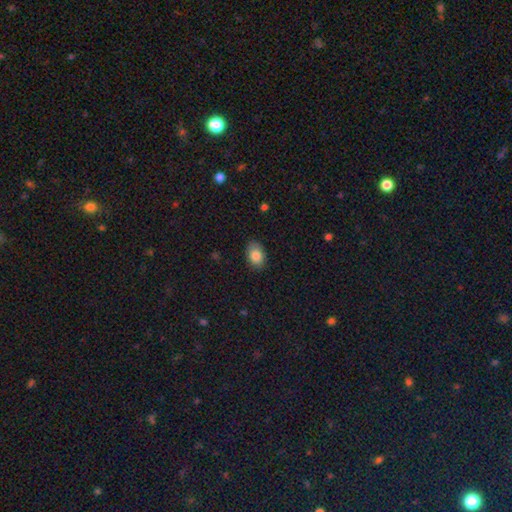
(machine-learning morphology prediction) type=smooth (84%); roundness=in between (85%); merging=none (85%).